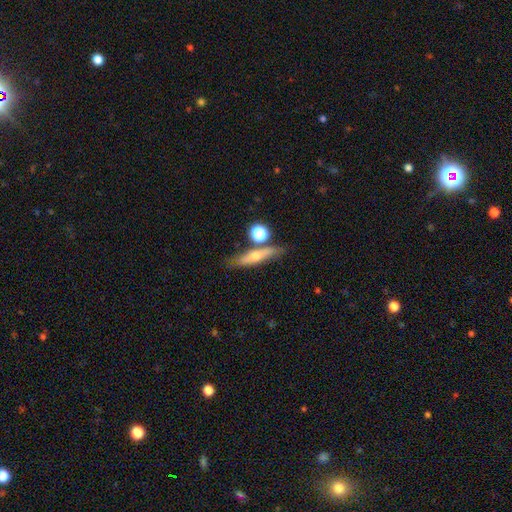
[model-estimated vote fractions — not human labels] smooth-or-featured: smooth: 48% | featured or disk: 43% | star or artifact: 9%
  merging: none: 69% | minor disturbance: 14% | merger: 13% | major disturbance: 5%